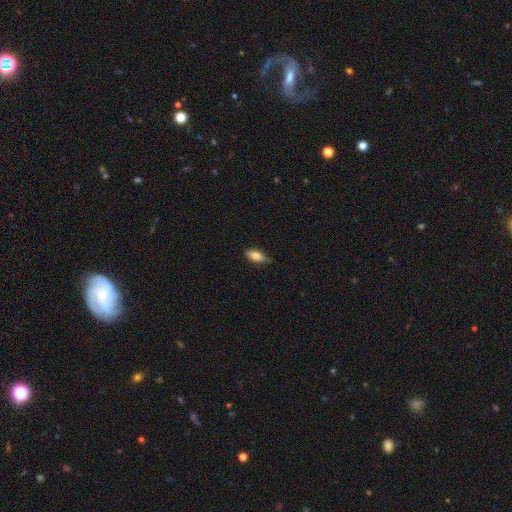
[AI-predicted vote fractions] Overall: smooth (82%). How rounded: in between (82%). Merging: none (78%).